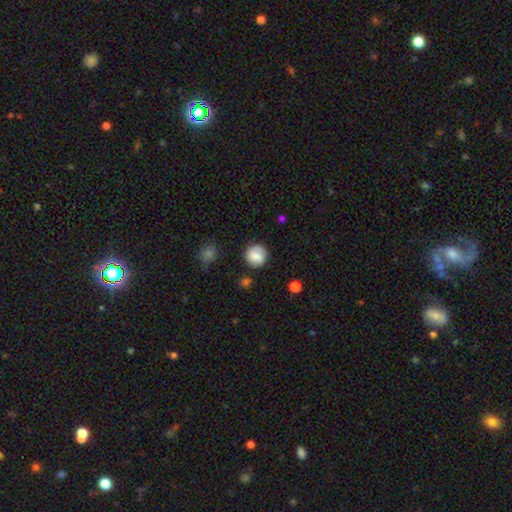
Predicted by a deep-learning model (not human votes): Q: Smooth or featured?
A: smooth (75%); runner-up: featured or disk (17%)
Q: How rounded?
A: round (90%); runner-up: in between (10%)
Q: Merging?
A: none (76%); runner-up: minor disturbance (16%)